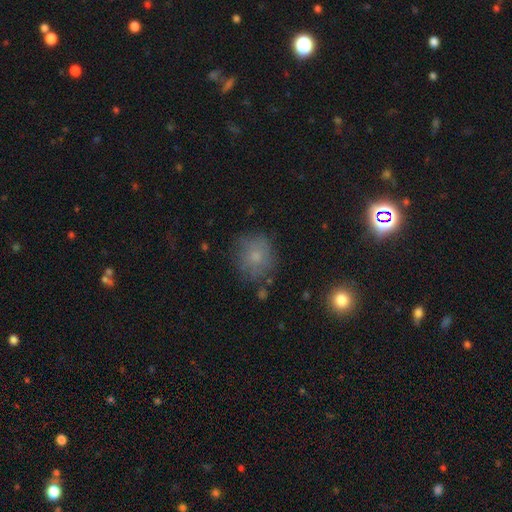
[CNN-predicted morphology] The model was most divided on "merging": none: 74%, minor disturbance: 17%, major disturbance: 6%, merger: 3%. More confident: how rounded — round (85%); smooth or featured — smooth (72%).